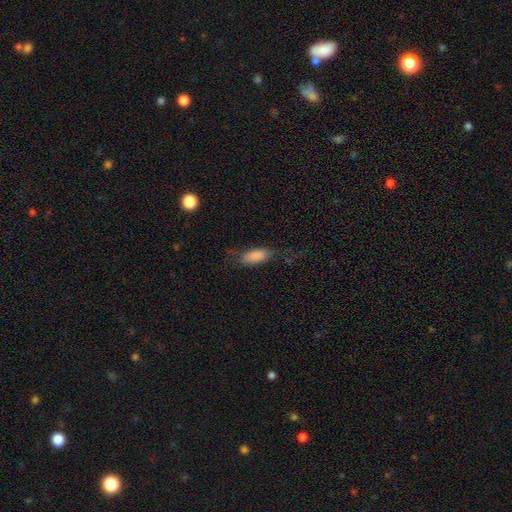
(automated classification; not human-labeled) smooth-or-featured: smooth: 81% | featured or disk: 11% | star or artifact: 7%
  how-rounded: in between: 82% | cigar-shaped: 15% | round: 3%
  merging: none: 56% | minor disturbance: 25% | major disturbance: 17% | merger: 2%